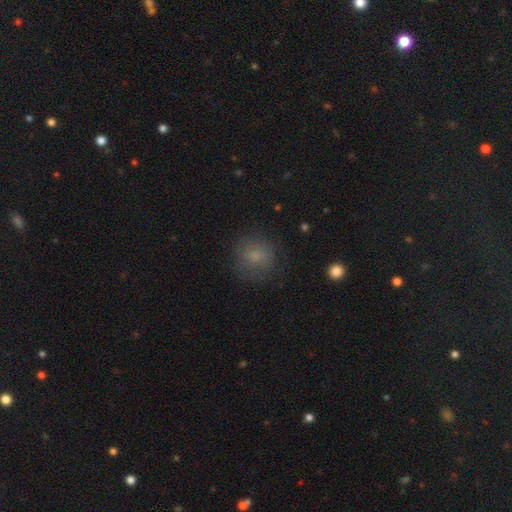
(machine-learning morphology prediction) Smooth or featured? Predicted: smooth (p=0.76). How rounded? Predicted: round (p=0.84). Merging? Predicted: none (p=0.74).